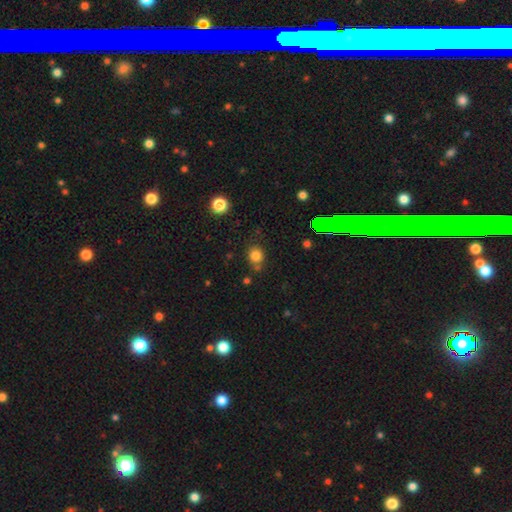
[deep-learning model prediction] Smooth or featured? Predicted: smooth (p=0.79). How rounded? Predicted: round (p=0.79). Merging? Predicted: none (p=0.75).